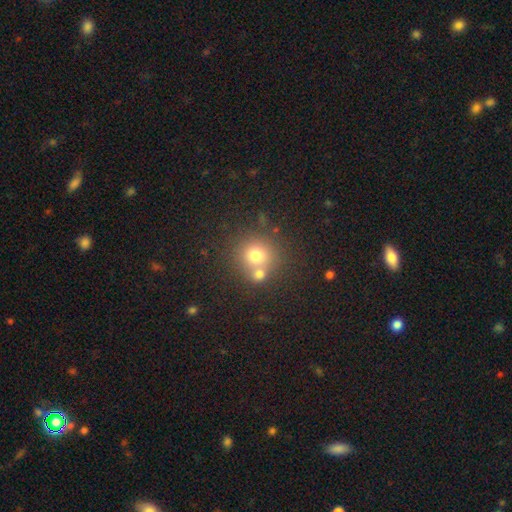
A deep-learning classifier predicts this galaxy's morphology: smooth-or-featured: smooth: 73% | star or artifact: 14% | featured or disk: 13%
  how-rounded: round: 88% | in between: 11% | cigar-shaped: 1%
  merging: none: 55% | merger: 34% | minor disturbance: 8% | major disturbance: 4%